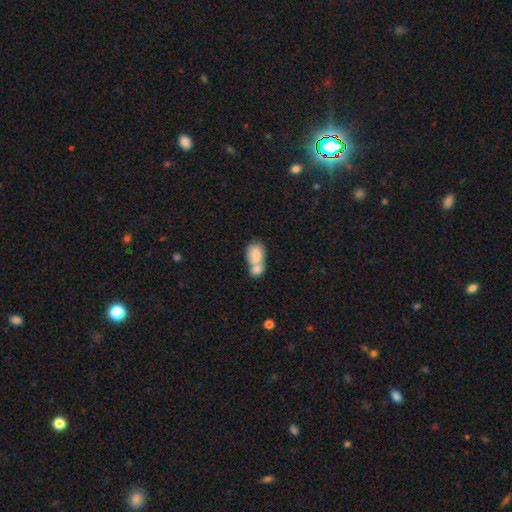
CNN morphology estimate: smooth_or_featured: smooth (p=0.78) [alt: featured or disk p=0.16]
how_rounded: in between (p=0.80) [alt: round p=0.18]
merging: merger (p=0.72) [alt: none p=0.16]